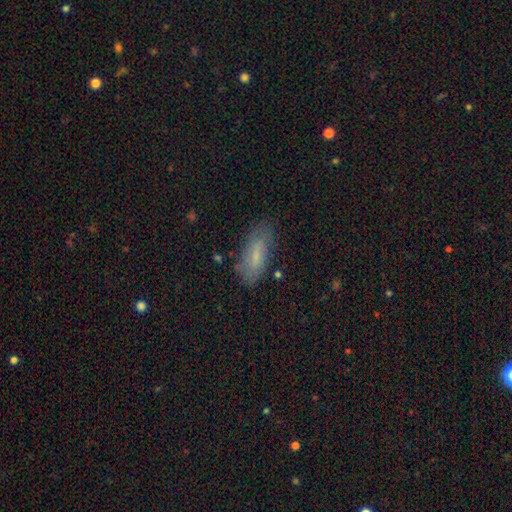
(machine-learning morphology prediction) A smooth galaxy with no disk features (65%) that is in between round and cigar-shaped (76%).

Vote fractions:
- Smooth or featured? smooth: 65% / featured or disk: 26% / star or artifact: 9%
- How rounded? in between: 76% / cigar-shaped: 22% / round: 3%
- Merging? none: 75% / minor disturbance: 19% / major disturbance: 5% / merger: 2%